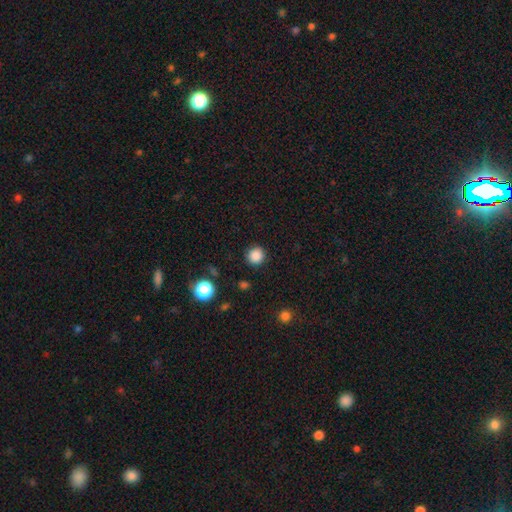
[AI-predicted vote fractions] Smooth or featured? smooth (86%)
How rounded? round (93%)
Merging? none (90%)